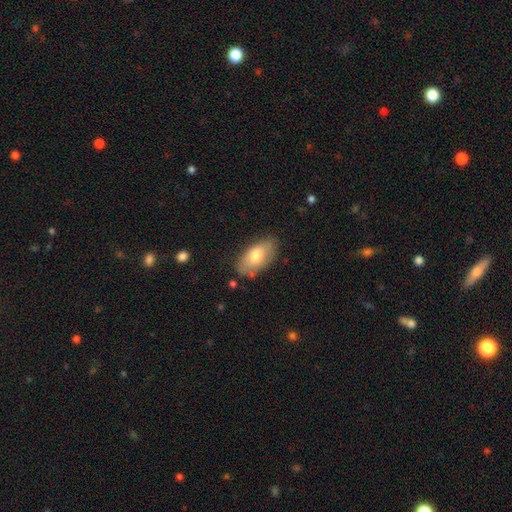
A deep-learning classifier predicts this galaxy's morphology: This appears to be a smooth galaxy with no disk features (75%) that is in between round and cigar-shaped (93%). Merging: none (75%).